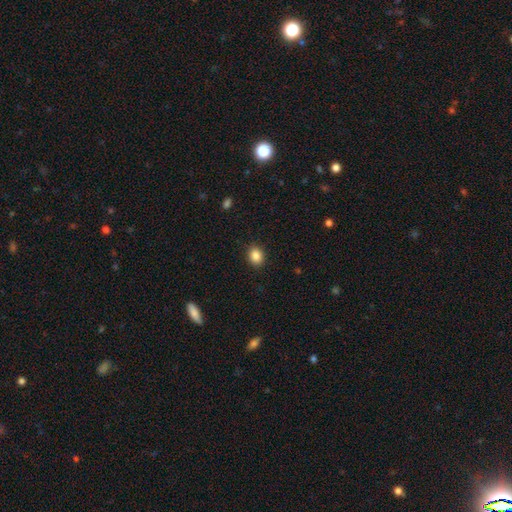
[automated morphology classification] Smooth or featured: smooth — 87% (star or artifact — 9%)
How rounded: round — 54% (in between — 45%)
Merging: none — 90% (minor disturbance — 7%)